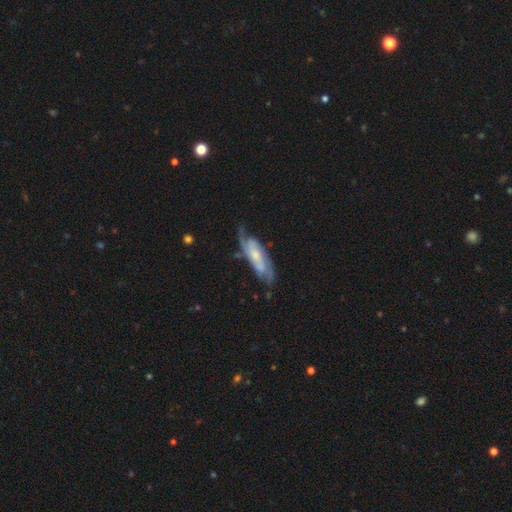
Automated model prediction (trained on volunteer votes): Morphology: type=featured or disk (78%); edge-on=no (84%); bar=no (55%); spiral arms=yes (93%); winding=tight (42%, tied with medium); arm count=2 (60%); bulge=small (47%); merging=none (66%).